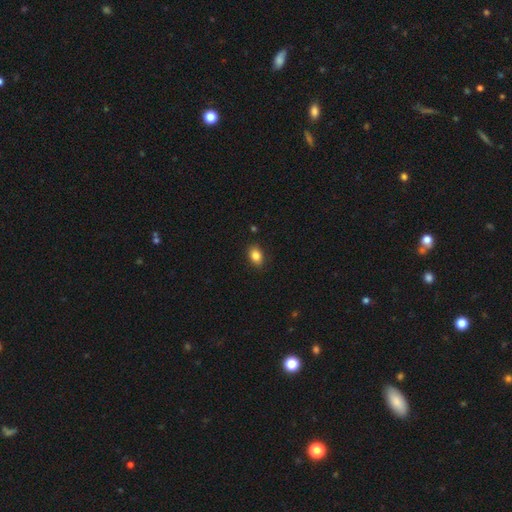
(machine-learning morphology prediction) The model was most divided on "how rounded": in between: 79%, round: 20%, cigar-shaped: 1%. More confident: merging — none (88%); smooth or featured — smooth (85%).